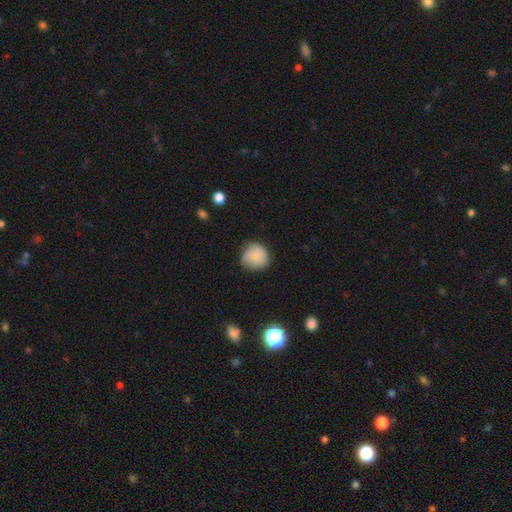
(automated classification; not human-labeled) smooth-or-featured: smooth: 78% | featured or disk: 14% | star or artifact: 8%
  how-rounded: round: 87% | in between: 12% | cigar-shaped: 1%
  merging: none: 67% | minor disturbance: 25% | major disturbance: 6% | merger: 2%